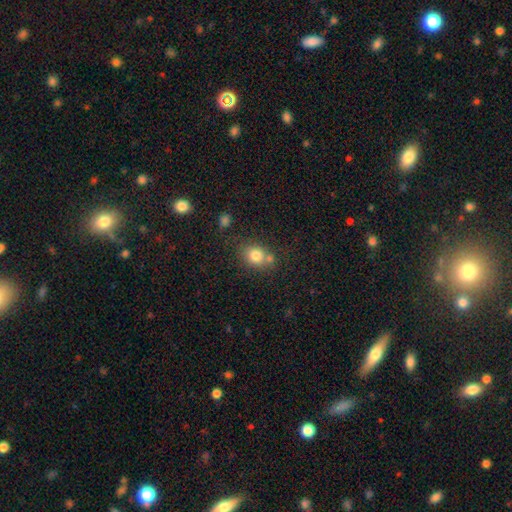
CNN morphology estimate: The model was most divided on "how rounded": round: 55%, in between: 44%, cigar-shaped: 1%. More confident: smooth or featured — smooth (80%); merging — none (63%).